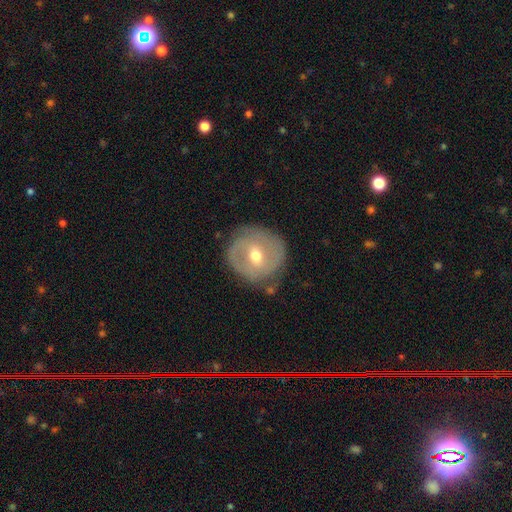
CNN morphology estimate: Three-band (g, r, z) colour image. It shows a featured or disk galaxy (61%) with a weak bar (48%), spiral arms (62%) and a moderate central bulge (71%). Merging: none (74%).